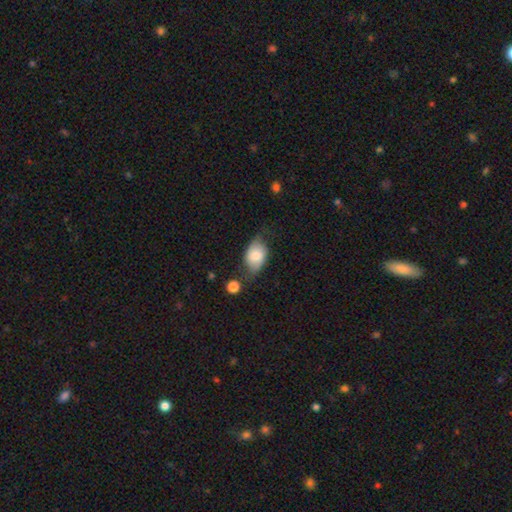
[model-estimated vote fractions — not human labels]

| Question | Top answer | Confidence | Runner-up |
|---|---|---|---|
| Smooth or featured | smooth | 71% | featured or disk (22%) |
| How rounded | in between | 81% | round (18%) |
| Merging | none | 50% | minor disturbance (32%) |